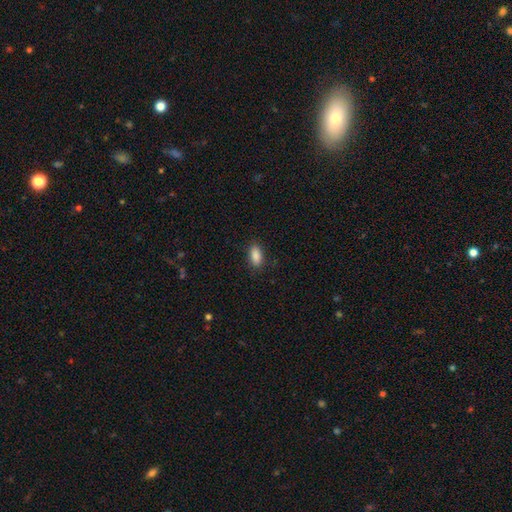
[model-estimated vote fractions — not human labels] smooth-or-featured: smooth: 89% | star or artifact: 7% | featured or disk: 4%
  how-rounded: in between: 90% | cigar-shaped: 7% | round: 4%
  merging: none: 86% | minor disturbance: 10% | major disturbance: 3% | merger: 1%